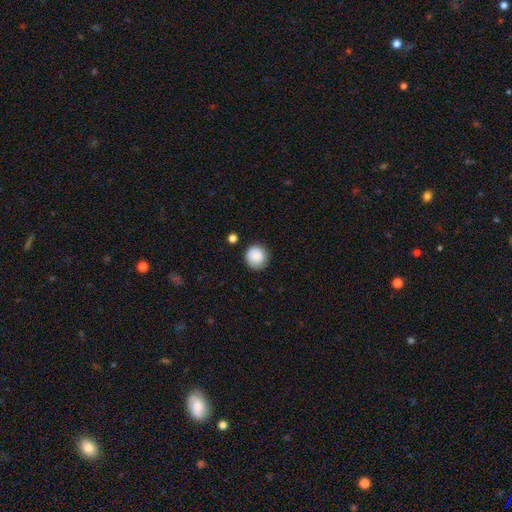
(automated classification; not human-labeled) Smooth or featured?
  - smooth: 87% *
  - star or artifact: 8%
  - featured or disk: 5%
How rounded?
  - round: 93% *
  - in between: 6%
  - cigar-shaped: 1%
Merging?
  - none: 84% *
  - minor disturbance: 11%
  - major disturbance: 3%
  - merger: 2%